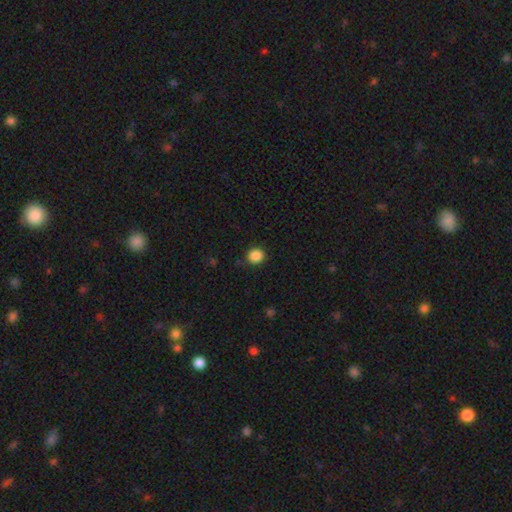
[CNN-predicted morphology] Smooth or featured: smooth — 87% (star or artifact — 10%)
How rounded: round — 87% (in between — 13%)
Merging: none — 86% (minor disturbance — 10%)